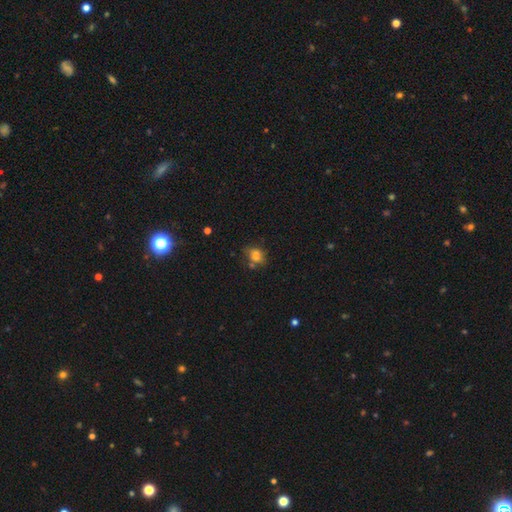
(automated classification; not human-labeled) Smooth or featured? smooth (74%)
How rounded? in between (56%)
Merging? none (55%)